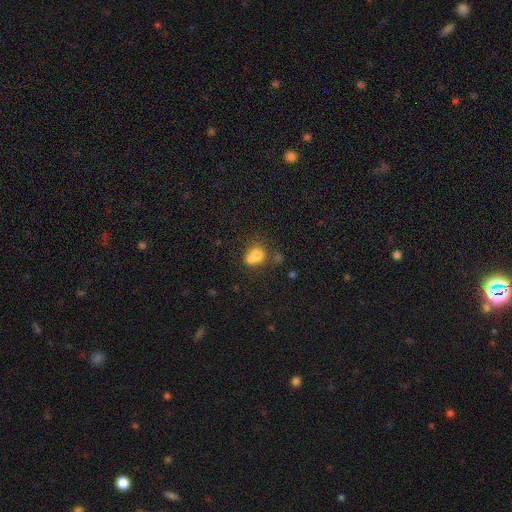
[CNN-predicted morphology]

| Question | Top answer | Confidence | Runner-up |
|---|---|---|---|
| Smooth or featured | smooth | 76% | featured or disk (12%) |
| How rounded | round | 54% | in between (45%) |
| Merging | merger | 41% | none (33%) |